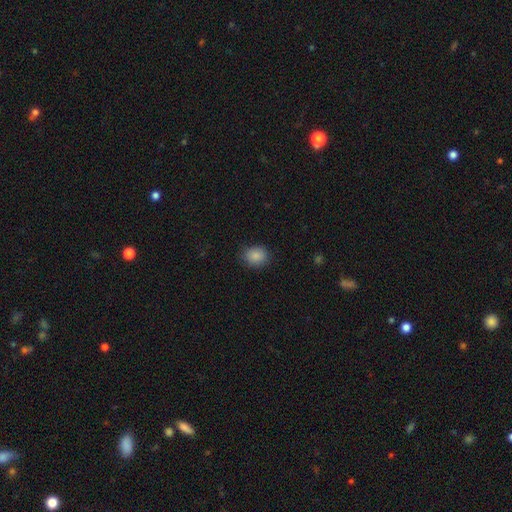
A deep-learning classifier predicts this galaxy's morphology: A smooth galaxy with no disk features (87%) that is round (61%).

Vote fractions:
- Smooth or featured? smooth: 87% / star or artifact: 9% / featured or disk: 4%
- How rounded? round: 61% / in between: 38% / cigar-shaped: 1%
- Merging? none: 83% / minor disturbance: 13% / major disturbance: 3% / merger: 1%